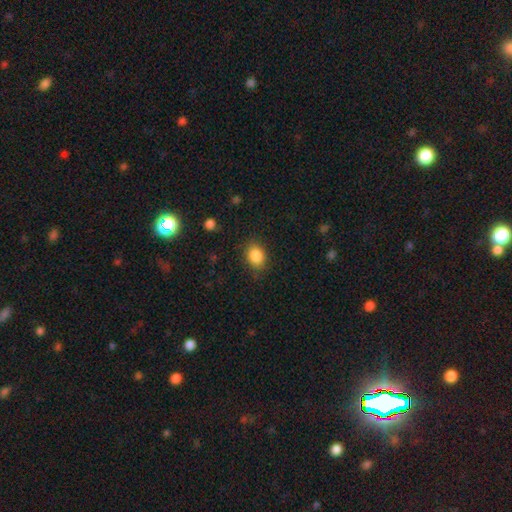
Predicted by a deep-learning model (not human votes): smooth_or_featured: smooth (p=0.87) [alt: star or artifact p=0.09]
how_rounded: in between (p=0.60) [alt: round p=0.38]
merging: none (p=0.81) [alt: minor disturbance p=0.14]